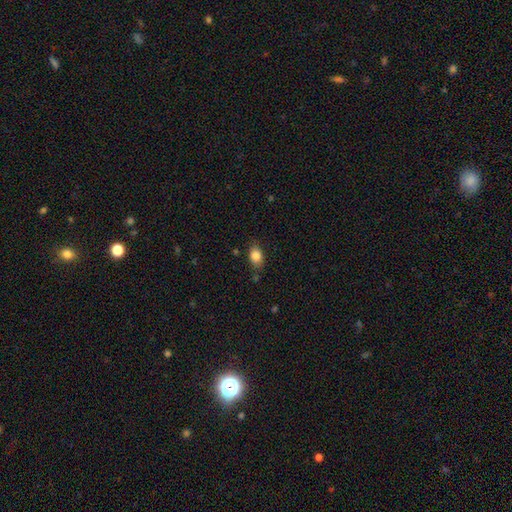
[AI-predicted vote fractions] Overall: smooth (84%). How rounded: in between (78%). Merging: none (76%).